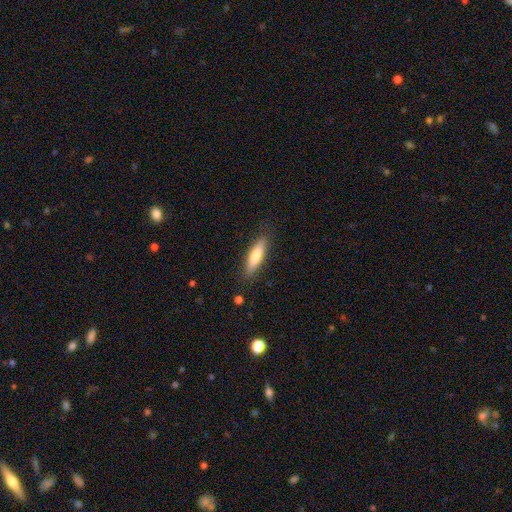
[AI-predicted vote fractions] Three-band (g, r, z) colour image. It shows a smooth galaxy with no disk features (72%) that is cigar-shaped (63%). Merging: none (85%).